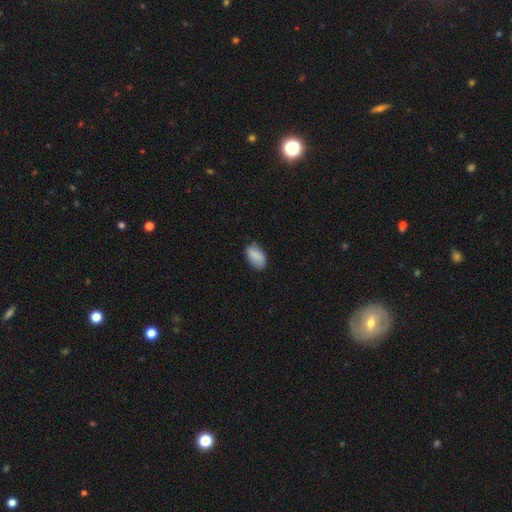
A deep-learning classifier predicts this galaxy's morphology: Smooth or featured?
  - smooth: 87% *
  - star or artifact: 7%
  - featured or disk: 6%
How rounded?
  - in between: 93% *
  - round: 4%
  - cigar-shaped: 2%
Merging?
  - none: 78% *
  - minor disturbance: 18%
  - major disturbance: 3%
  - merger: 1%